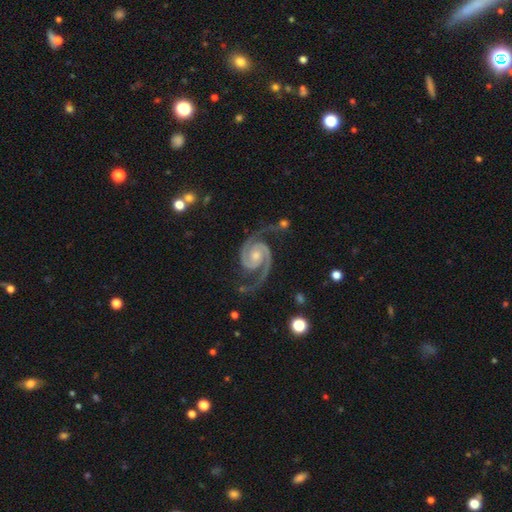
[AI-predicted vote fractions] Morphology: type=featured or disk (94%); edge-on=no (98%); bar=no (68%); spiral arms=yes (99%); winding=medium (50%); arm count=2 (94%); bulge=moderate (52%); merging=none (72%).